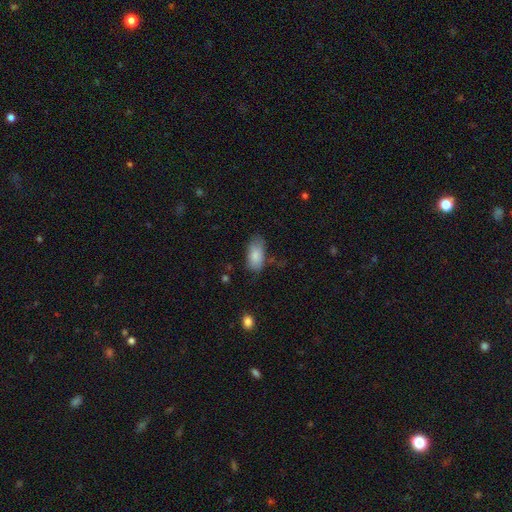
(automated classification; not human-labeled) A smooth galaxy with no disk features (85%) that is in between round and cigar-shaped (93%).

Vote fractions:
- Smooth or featured? smooth: 85% / featured or disk: 9% / star or artifact: 7%
- How rounded? in between: 93% / cigar-shaped: 4% / round: 3%
- Merging? none: 61% / minor disturbance: 28% / major disturbance: 9% / merger: 3%